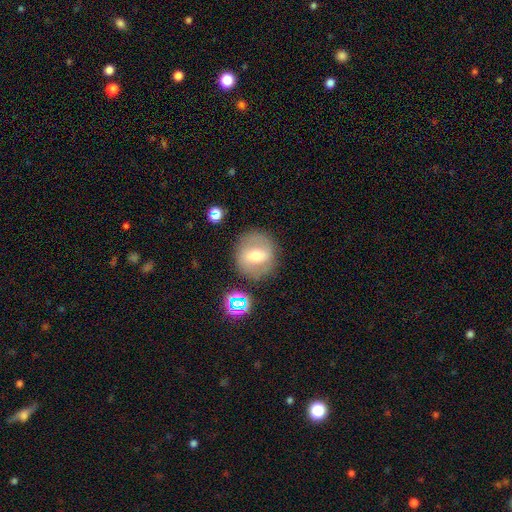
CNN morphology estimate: This appears to be a smooth galaxy with no disk features (45%, tied with featured or disk). Merging: none (82%).